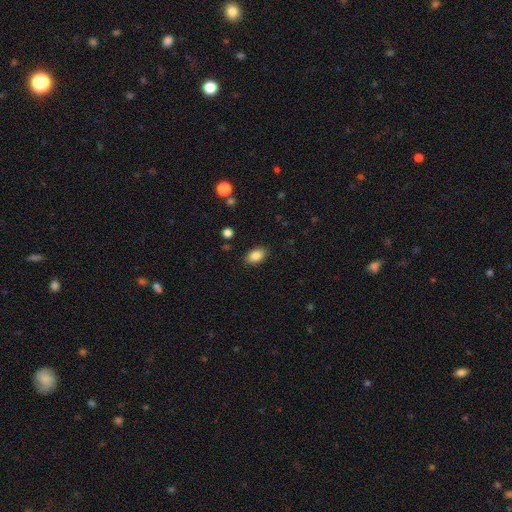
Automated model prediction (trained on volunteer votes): This appears to be a smooth galaxy with no disk features (86%) that is in between round and cigar-shaped (88%). Merging: none (87%).